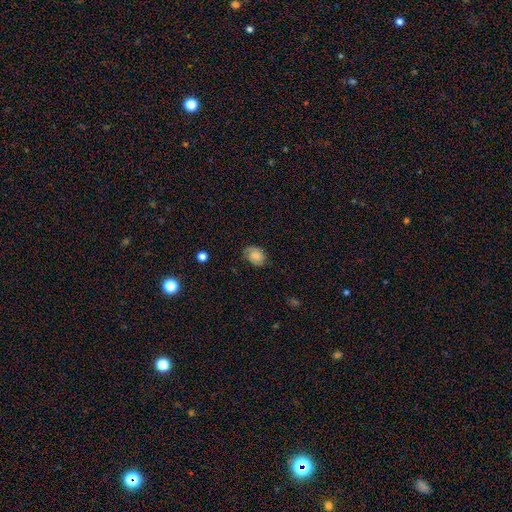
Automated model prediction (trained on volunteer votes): Smooth or featured?
  - smooth: 64% *
  - featured or disk: 27%
  - star or artifact: 10%
How rounded?
  - in between: 57% *
  - round: 42%
  - cigar-shaped: 1%
Merging?
  - none: 65% *
  - minor disturbance: 26%
  - major disturbance: 9%
  - merger: 1%